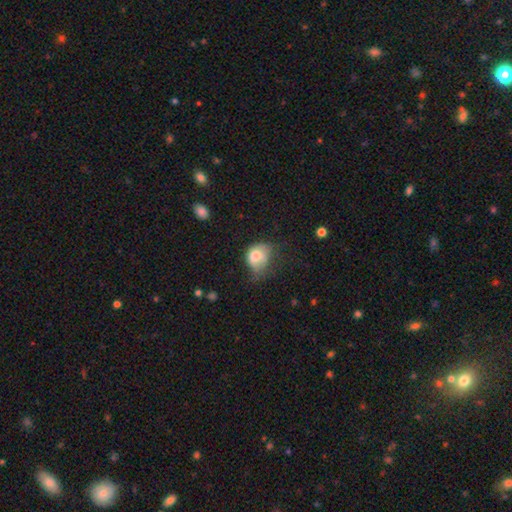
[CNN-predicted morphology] This appears to be a smooth galaxy with no disk features (74%) that is in between round and cigar-shaped (50%). Merging: minor disturbance (39%).